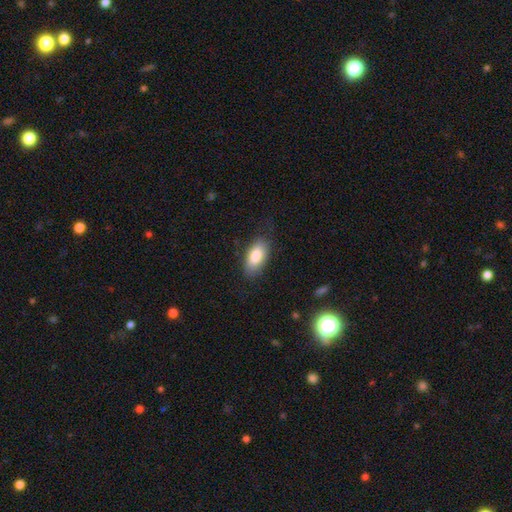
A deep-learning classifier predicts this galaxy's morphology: smooth_or_featured: smooth (p=0.84) [alt: featured or disk p=0.10]
how_rounded: in between (p=0.92) [alt: cigar-shaped p=0.05]
merging: none (p=0.79) [alt: minor disturbance p=0.16]